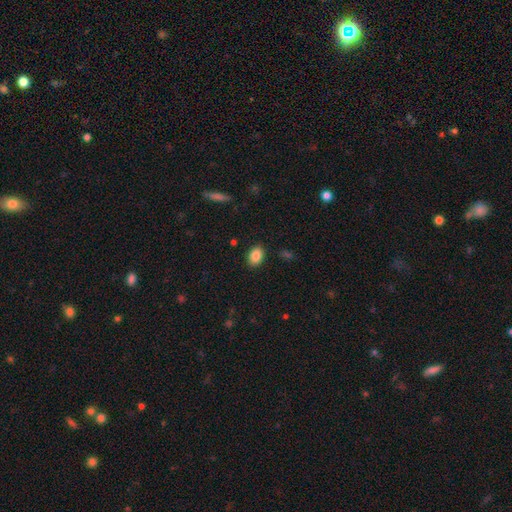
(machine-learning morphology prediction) Q: Smooth or featured?
A: smooth (86%); runner-up: star or artifact (8%)
Q: How rounded?
A: in between (80%); runner-up: round (19%)
Q: Merging?
A: none (88%); runner-up: minor disturbance (9%)